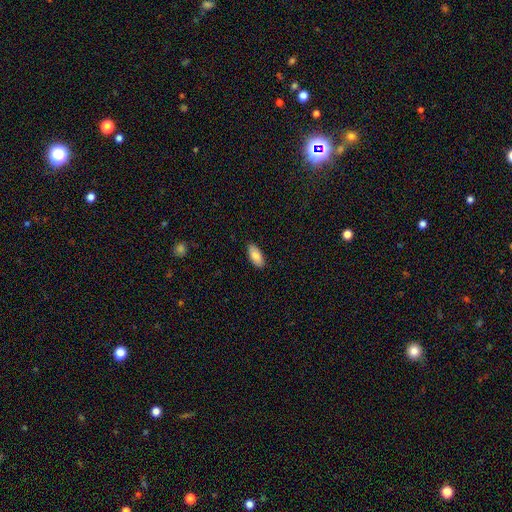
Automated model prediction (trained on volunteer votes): Smooth or featured?
  - smooth: 85% *
  - featured or disk: 9%
  - star or artifact: 6%
How rounded?
  - in between: 89% *
  - cigar-shaped: 9%
  - round: 2%
Merging?
  - none: 88% *
  - minor disturbance: 9%
  - major disturbance: 2%
  - merger: 1%